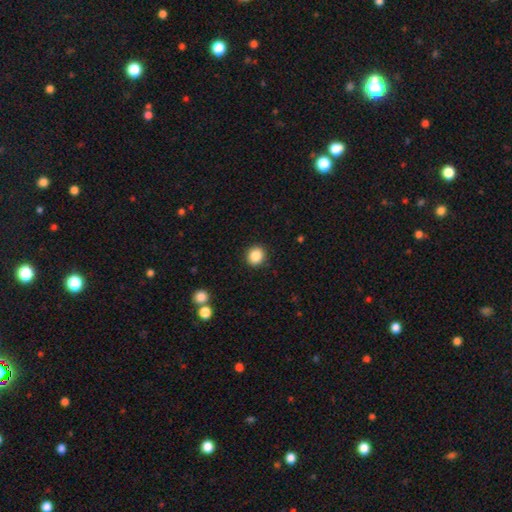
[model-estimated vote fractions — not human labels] smooth_or_featured: smooth (p=0.87) [alt: star or artifact p=0.09]
how_rounded: round (p=0.83) [alt: in between p=0.16]
merging: none (p=0.92) [alt: minor disturbance p=0.05]